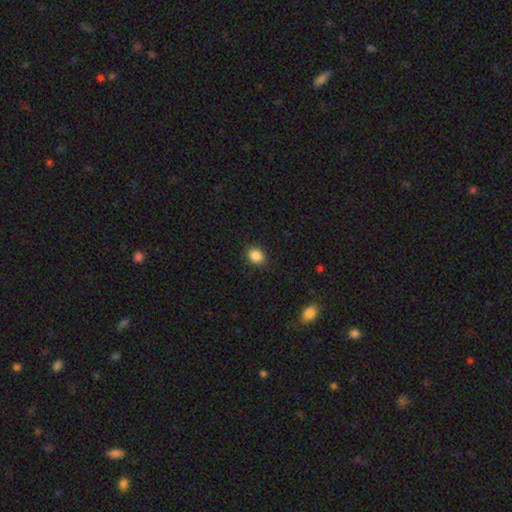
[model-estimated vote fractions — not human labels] The model was most divided on "how rounded": round: 59%, in between: 40%, cigar-shaped: 1%. More confident: merging — none (88%); smooth or featured — smooth (86%).